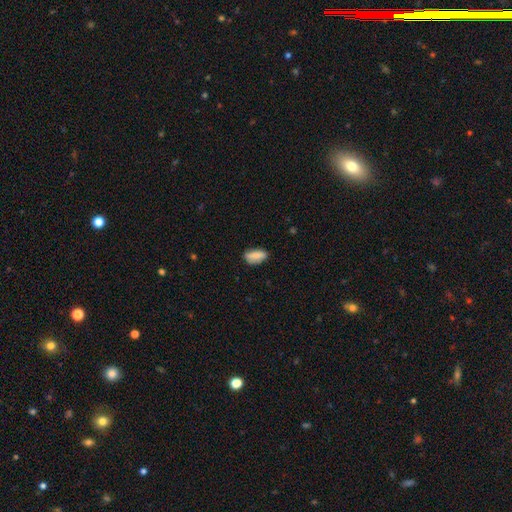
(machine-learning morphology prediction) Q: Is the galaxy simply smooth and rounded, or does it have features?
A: smooth — 81%.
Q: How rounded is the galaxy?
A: in between — 84%.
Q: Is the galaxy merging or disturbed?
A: none — 75%.